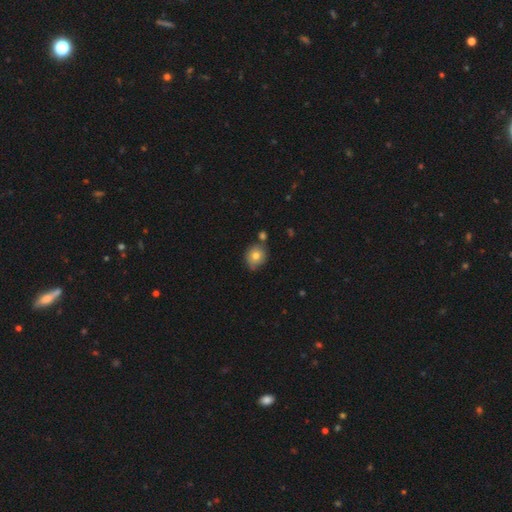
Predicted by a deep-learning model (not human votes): This appears to be a smooth galaxy with no disk features (76%) that is round (77%). Merging: none (69%).